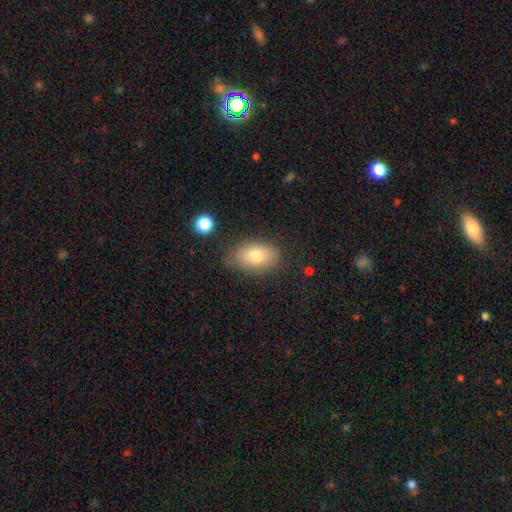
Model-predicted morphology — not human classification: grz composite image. It shows a smooth galaxy with no disk features (78%) that is in between round and cigar-shaped (85%). Merging: none (71%).